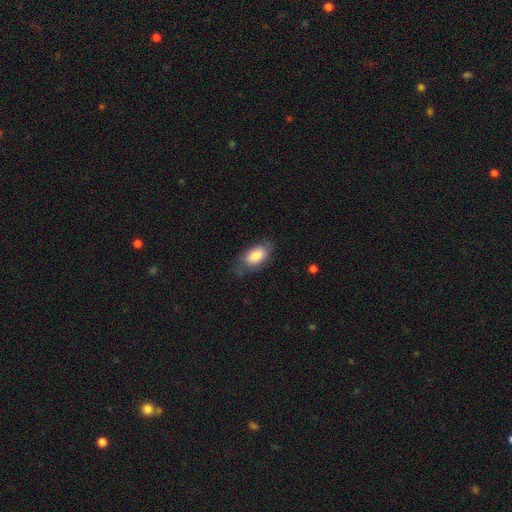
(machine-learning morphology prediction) Q: Smooth or featured?
A: smooth (80%); runner-up: featured or disk (14%)
Q: How rounded?
A: in between (92%); runner-up: round (4%)
Q: Merging?
A: none (68%); runner-up: minor disturbance (23%)